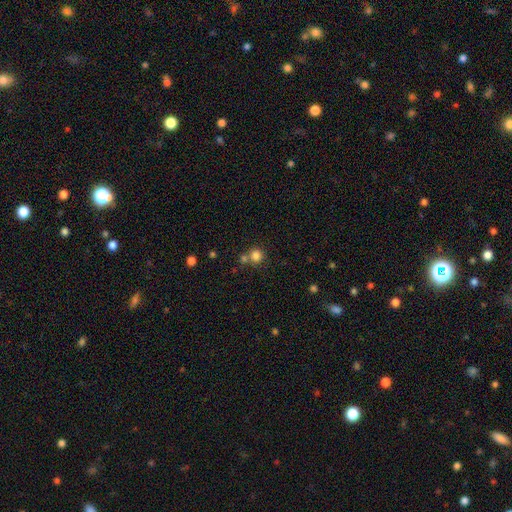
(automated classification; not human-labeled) This appears to be a smooth galaxy with no disk features (81%) that is round (91%). Merging: none (61%).